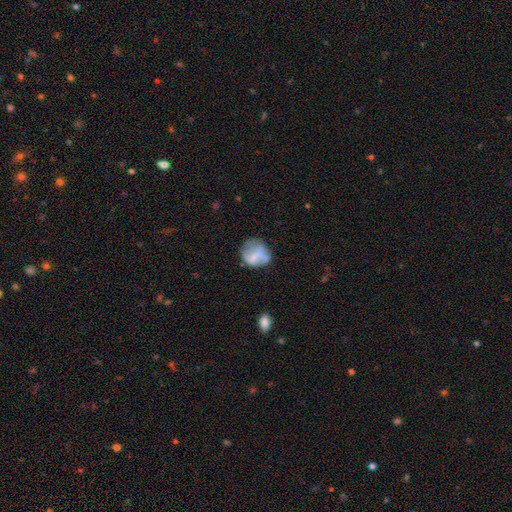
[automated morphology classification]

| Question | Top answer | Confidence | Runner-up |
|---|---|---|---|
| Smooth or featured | smooth | 57% | featured or disk (34%) |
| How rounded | round | 66% | in between (33%) |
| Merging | none | 49% | minor disturbance (28%) |